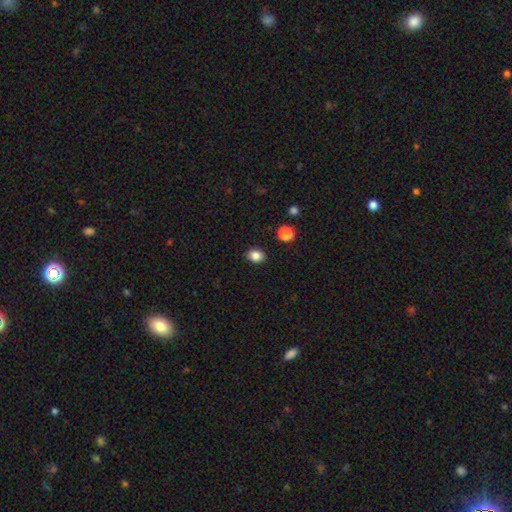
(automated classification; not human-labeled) smooth_or_featured: smooth (p=0.84) [alt: star or artifact p=0.10]
how_rounded: in between (p=0.52) [alt: round p=0.47]
merging: none (p=0.89) [alt: minor disturbance p=0.07]